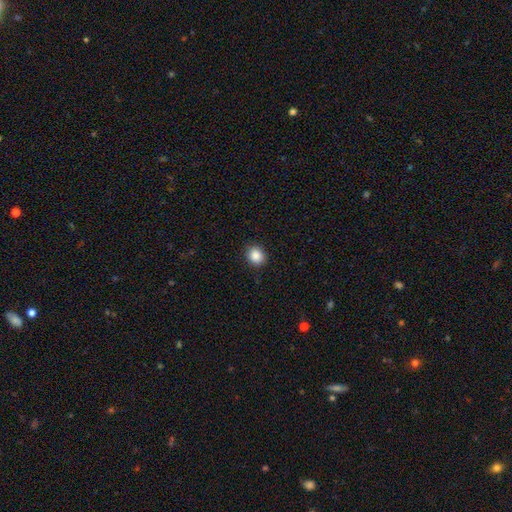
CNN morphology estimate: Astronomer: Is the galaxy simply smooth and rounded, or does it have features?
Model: smooth — 87%.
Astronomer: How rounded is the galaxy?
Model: round — 74%.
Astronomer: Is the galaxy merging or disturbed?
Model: none — 89%.